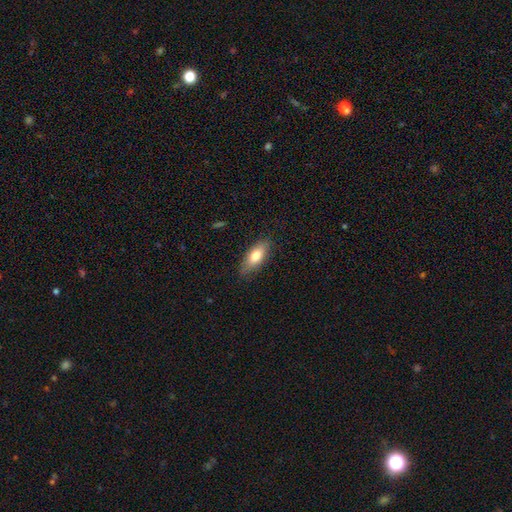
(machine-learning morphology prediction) type=smooth (76%); roundness=in between (80%); merging=none (81%).